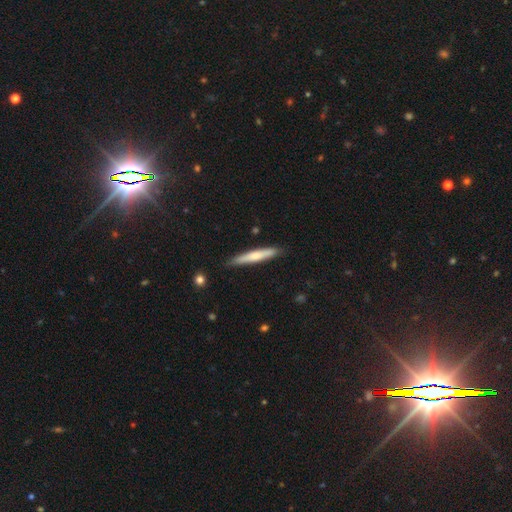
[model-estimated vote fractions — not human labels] A smooth galaxy with no disk features (61%) that is cigar-shaped (93%). Merging: none (87%).